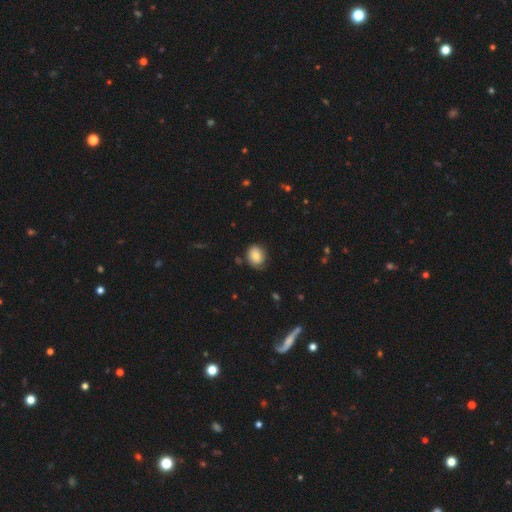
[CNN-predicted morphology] Q: Smooth or featured?
A: smooth (77%); runner-up: featured or disk (14%)
Q: How rounded?
A: round (63%); runner-up: in between (36%)
Q: Merging?
A: none (76%); runner-up: minor disturbance (18%)